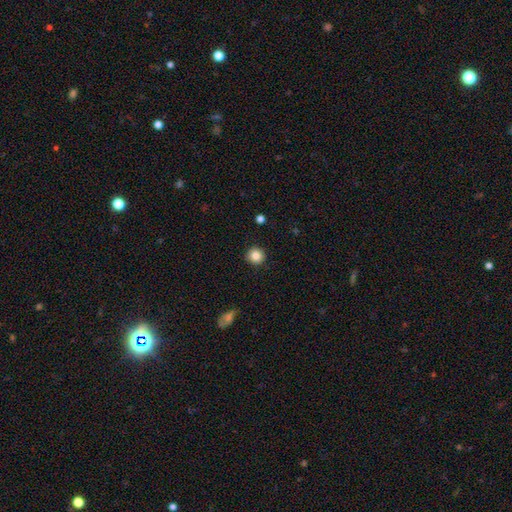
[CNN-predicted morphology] This is clearly a smooth galaxy (85%). How rounded: clearly round (94%). Merging: clearly none (91%).